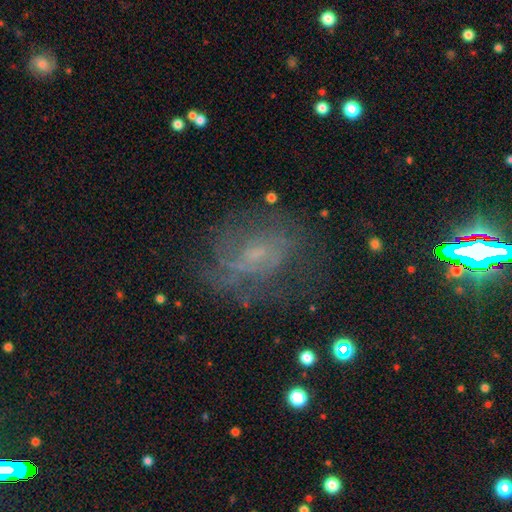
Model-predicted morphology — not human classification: Smooth or featured?
  - featured or disk: 57% *
  - smooth: 24%
  - star or artifact: 18%
Edge-on disk?
  - no: 96% *
  - yes: 4%
Bar?
  - no: 57% *
  - weak: 36%
  - strong: 7%
Spiral arms?
  - yes: 67% *
  - no: 33%
Bulge size?
  - small: 54% *
  - moderate: 21%
  - none: 21%
  - large: 2%
  - dominant: 1%
Merging?
  - none: 62% *
  - minor disturbance: 19%
  - major disturbance: 16%
  - merger: 2%